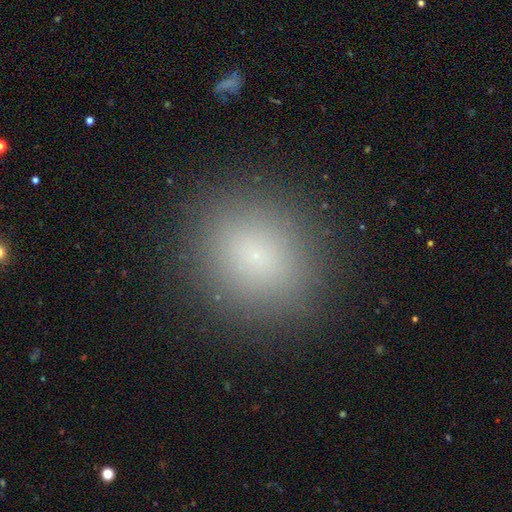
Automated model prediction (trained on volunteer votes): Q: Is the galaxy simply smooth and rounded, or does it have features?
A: smooth — 75%.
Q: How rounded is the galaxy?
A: round — 71%.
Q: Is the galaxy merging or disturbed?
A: none — 88%.